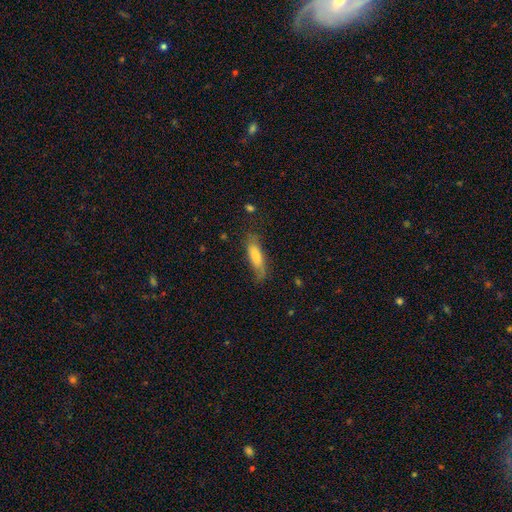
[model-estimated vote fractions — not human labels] Q: Smooth or featured?
A: smooth (74%); runner-up: featured or disk (20%)
Q: How rounded?
A: cigar-shaped (49%); tied with: in between (49%)
Q: Merging?
A: none (63%); runner-up: minor disturbance (26%)